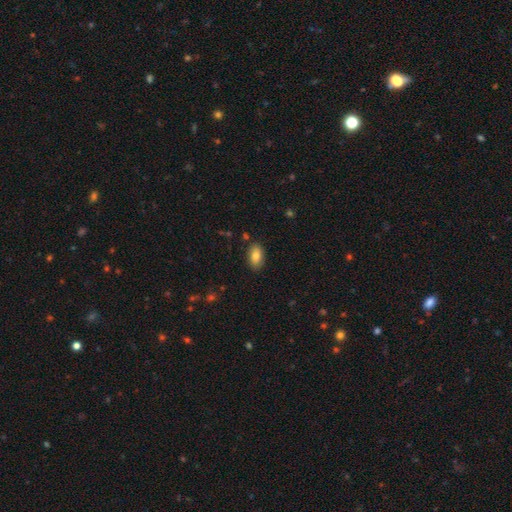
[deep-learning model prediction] Smooth or featured? Predicted: smooth (p=0.81). How rounded? Predicted: in between (p=0.92). Merging? Predicted: none (p=0.86).